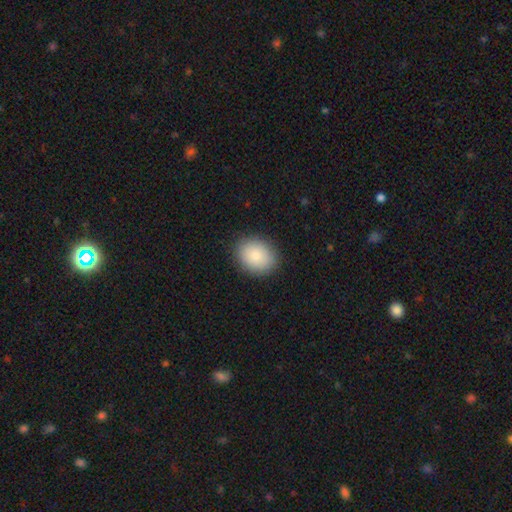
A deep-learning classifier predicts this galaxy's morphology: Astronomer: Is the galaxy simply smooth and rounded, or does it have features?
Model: smooth — 86%.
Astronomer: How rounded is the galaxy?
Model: round — 51% (runner-up: in between, 48%).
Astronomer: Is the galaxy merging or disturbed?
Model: none — 88%.